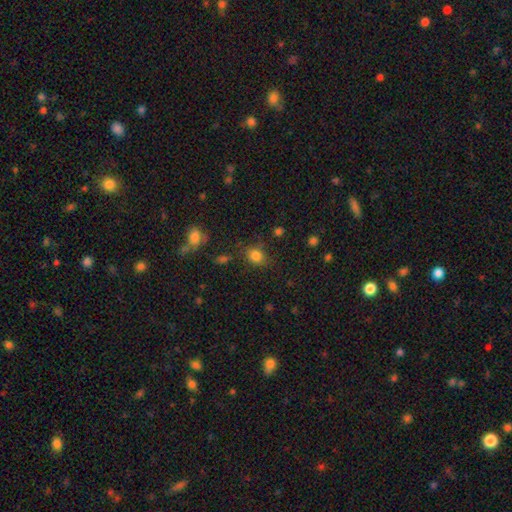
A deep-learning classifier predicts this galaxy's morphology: Smooth or featured?
  - smooth: 81% *
  - star or artifact: 13%
  - featured or disk: 6%
How rounded?
  - round: 54% *
  - in between: 45%
  - cigar-shaped: 1%
Merging?
  - none: 74% *
  - minor disturbance: 17%
  - major disturbance: 6%
  - merger: 3%